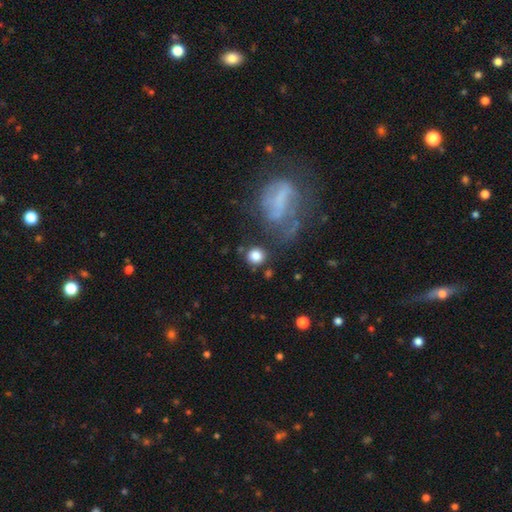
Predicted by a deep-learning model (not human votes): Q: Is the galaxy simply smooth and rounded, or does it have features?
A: smooth — 83%.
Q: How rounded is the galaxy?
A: round — 89%.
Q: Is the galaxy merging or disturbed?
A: none — 80%.